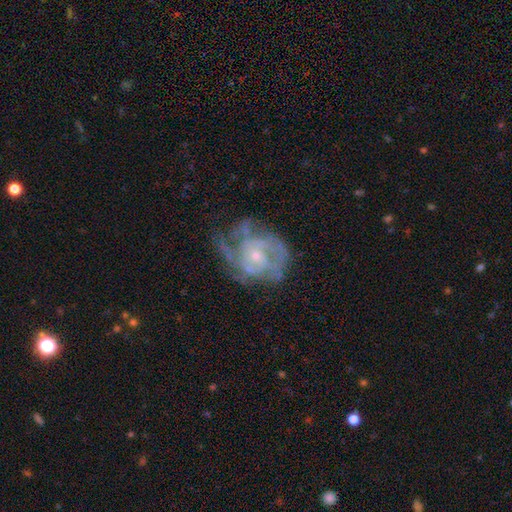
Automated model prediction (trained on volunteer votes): This is clearly a featured or disk galaxy (82%). It is clearly not viewed edge-on (98%). Bar: likely no (74%). Spiral arm pattern: clearly yes (86%). Spiral arm count: marginally can't tell (36%). Spiral winding: possibly tight (51%). Central bulge: likely small (67%). Merging: possibly none (51%).